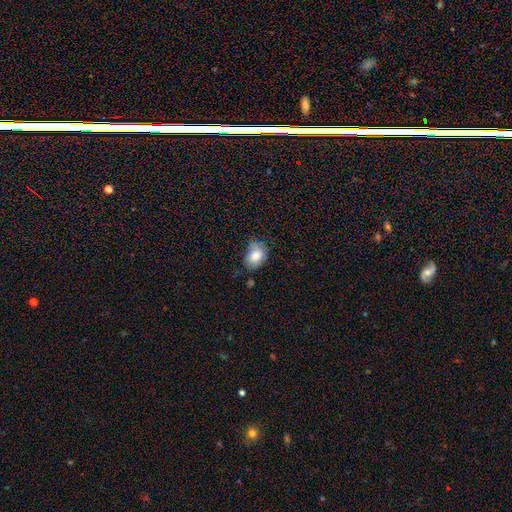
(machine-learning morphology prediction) Q: Smooth or featured?
A: smooth (78%); runner-up: featured or disk (13%)
Q: How rounded?
A: in between (72%); runner-up: round (27%)
Q: Merging?
A: none (51%); runner-up: minor disturbance (36%)